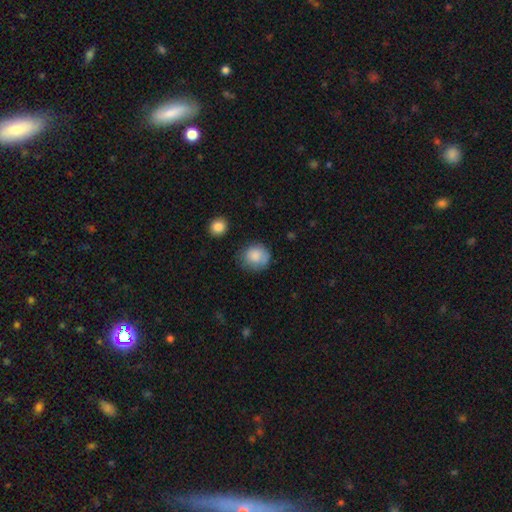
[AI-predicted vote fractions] Smooth or featured: smooth — 85% (star or artifact — 8%)
How rounded: round — 81% (in between — 18%)
Merging: none — 69% (minor disturbance — 22%)